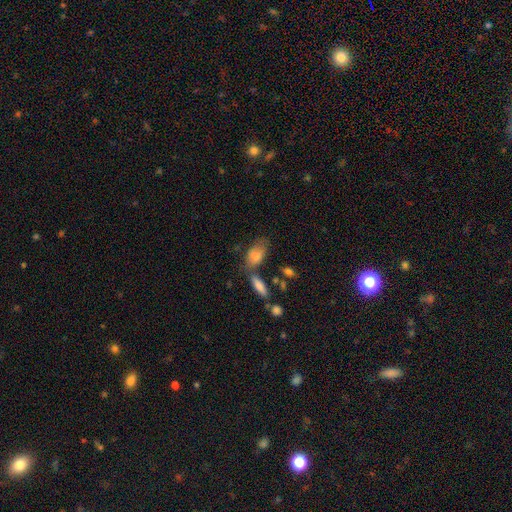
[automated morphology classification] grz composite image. It shows a smooth galaxy with no disk features (76%) that is in between round and cigar-shaped (88%). Merging: none (45%).